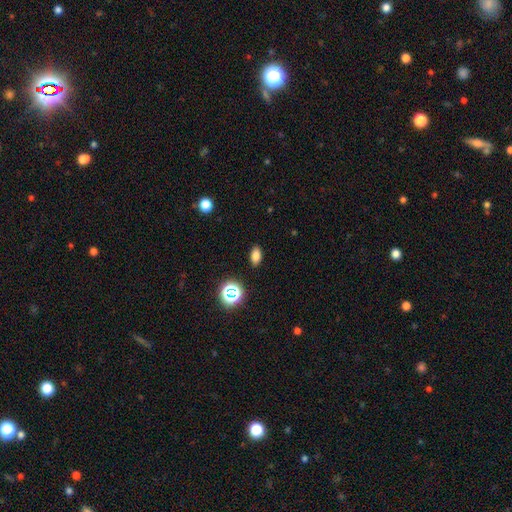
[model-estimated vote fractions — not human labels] smooth 78%, star or artifact 16%, featured or disk 7%. Down the decision tree: how rounded — in between (86%); merging — none (89%).